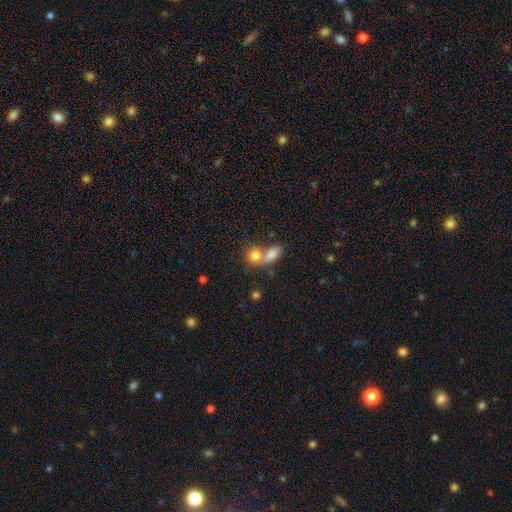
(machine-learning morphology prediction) A smooth galaxy with no disk features (79%) that is in between round and cigar-shaped (51%).

Vote fractions:
- Smooth or featured? smooth: 79% / featured or disk: 11% / star or artifact: 11%
- How rounded? in between: 51% / round: 46% / cigar-shaped: 3%
- Merging? merger: 61% / none: 29% / minor disturbance: 7% / major disturbance: 4%